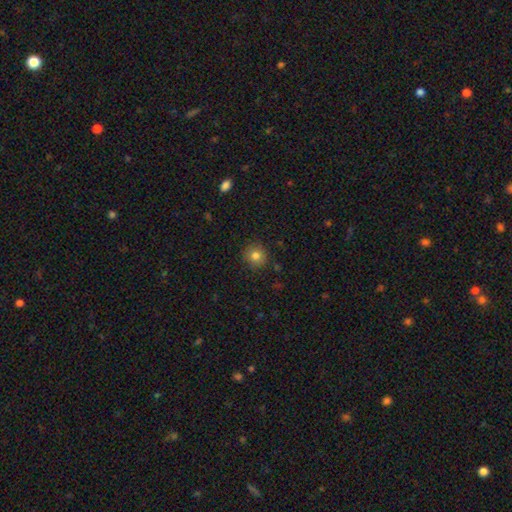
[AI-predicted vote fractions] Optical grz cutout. It shows a smooth galaxy with no disk features (81%) that is round (91%). Merging: none (89%).